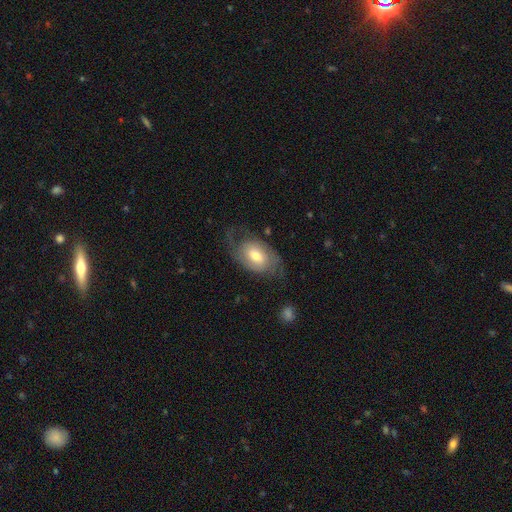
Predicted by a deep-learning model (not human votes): Smooth or featured?
  - featured or disk: 64% *
  - smooth: 29%
  - star or artifact: 6%
Edge-on disk?
  - no: 95% *
  - yes: 5%
Bar?
  - no: 51% *
  - weak: 39%
  - strong: 10%
Spiral arms?
  - yes: 87% *
  - no: 13%
Spiral winding?
  - medium: 43% *
  - loose: 33%
  - tight: 24%
Spiral arm count?
  - 2: 76% *
  - can't tell: 13%
  - 1: 6%
  - 3: 3%
  - 4: 1%
  - more than 4: 1%
Bulge size?
  - moderate: 64% *
  - small: 22%
  - large: 11%
  - dominant: 2%
  - none: 1%
Merging?
  - none: 58% *
  - minor disturbance: 21%
  - major disturbance: 20%
  - merger: 2%